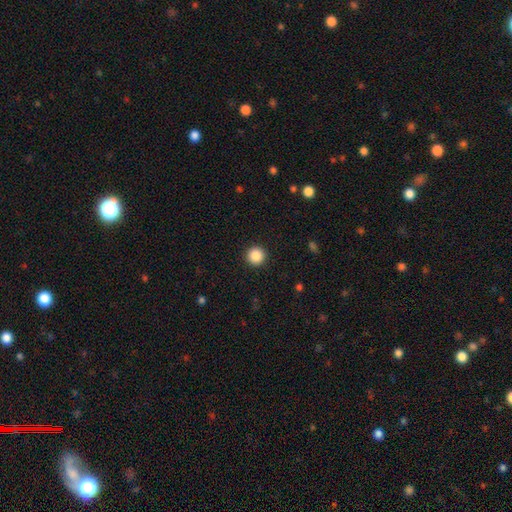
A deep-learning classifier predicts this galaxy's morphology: This appears to be a smooth galaxy with no disk features (87%) that is round (96%). Merging: none (93%).